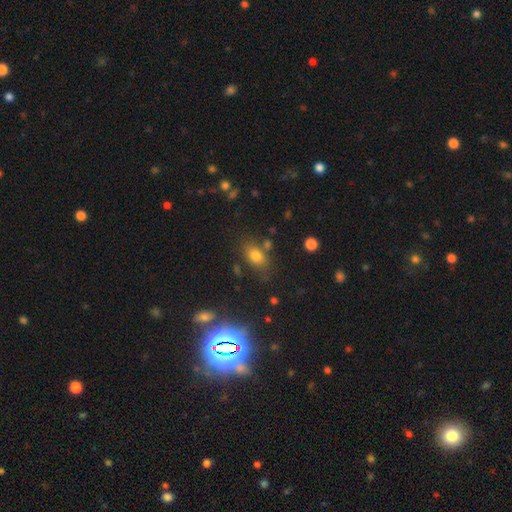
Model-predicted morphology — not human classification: Overall: smooth (75%). How rounded: in between (79%). Merging: none (72%).